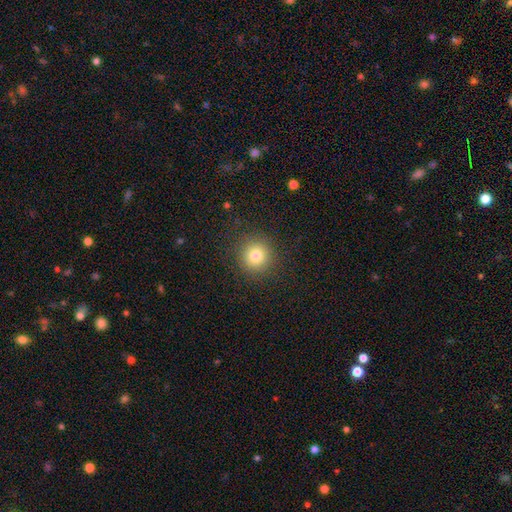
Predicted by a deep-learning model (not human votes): Smooth or featured? Predicted: smooth (p=0.78). How rounded? Predicted: round (p=0.94). Merging? Predicted: none (p=0.90).